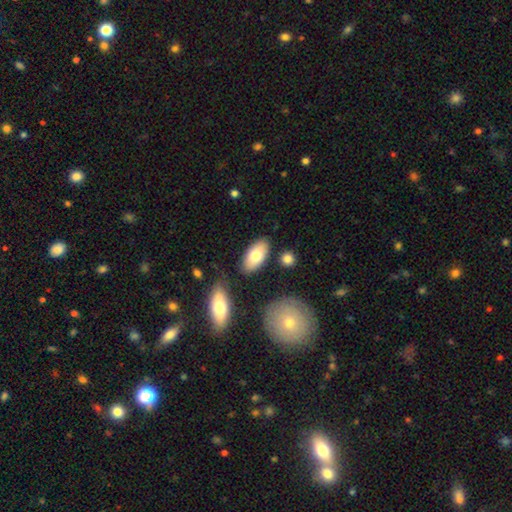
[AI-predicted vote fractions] smooth 75%, featured or disk 19%, star or artifact 6%. Down the decision tree: how rounded — in between (92%); merging — none (80%).